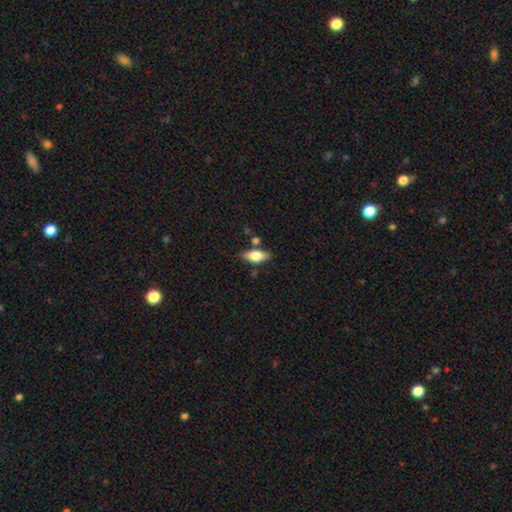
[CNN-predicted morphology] type=smooth (71%); roundness=in between (79%); merging=none (75%).